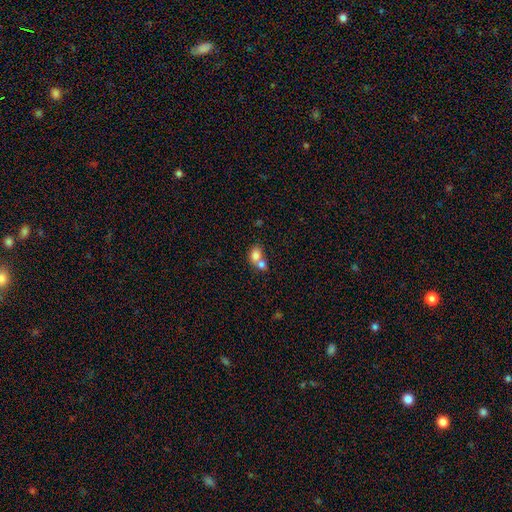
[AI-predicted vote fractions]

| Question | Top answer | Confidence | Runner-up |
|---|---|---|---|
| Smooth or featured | smooth | 78% | featured or disk (13%) |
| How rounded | in between | 62% | round (37%) |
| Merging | merger | 64% | none (26%) |